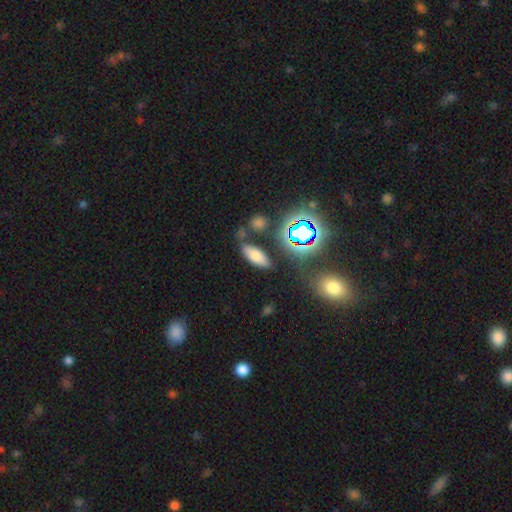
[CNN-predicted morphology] This is likely a smooth galaxy (65%). How rounded: likely in between (77%). Merging: likely none (78%).